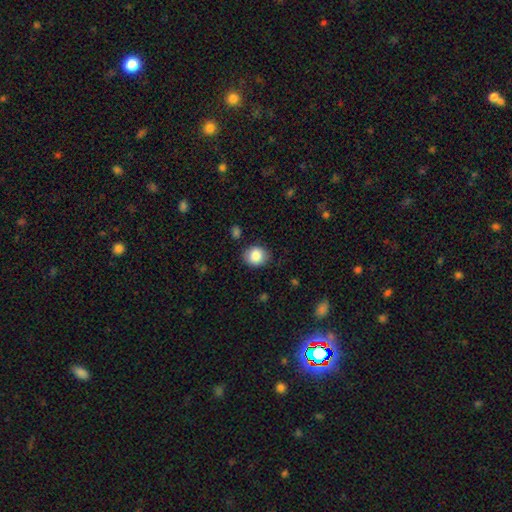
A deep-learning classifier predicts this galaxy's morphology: smooth_or_featured: smooth (p=0.86) [alt: star or artifact p=0.08]
how_rounded: round (p=0.72) [alt: in between p=0.27]
merging: none (p=0.83) [alt: minor disturbance p=0.13]